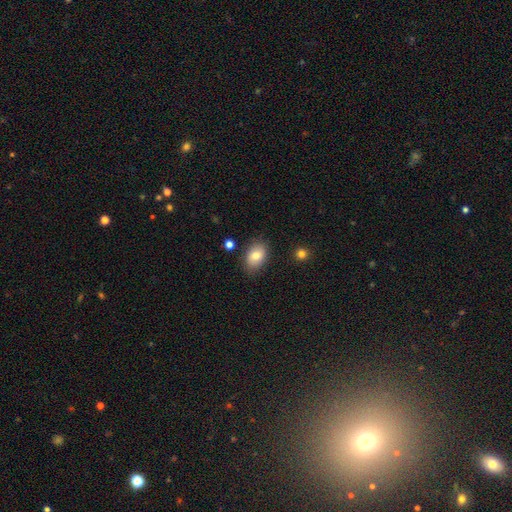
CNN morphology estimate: Q: Smooth or featured?
A: smooth (81%); runner-up: featured or disk (11%)
Q: How rounded?
A: in between (86%); runner-up: round (13%)
Q: Merging?
A: none (82%); runner-up: minor disturbance (13%)